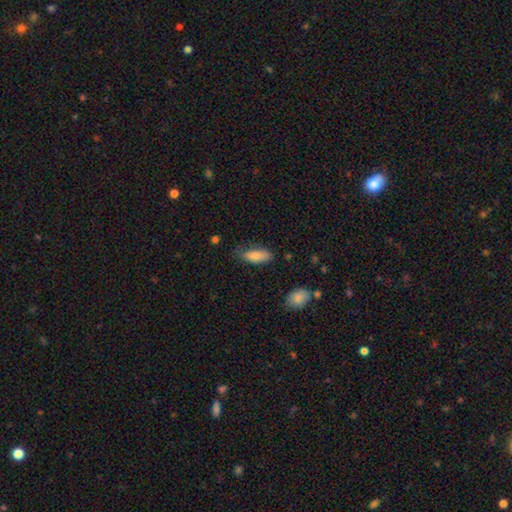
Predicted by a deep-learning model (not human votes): Q: Smooth or featured?
A: smooth (81%); runner-up: featured or disk (12%)
Q: How rounded?
A: in between (74%); runner-up: cigar-shaped (24%)
Q: Merging?
A: none (67%); runner-up: minor disturbance (26%)